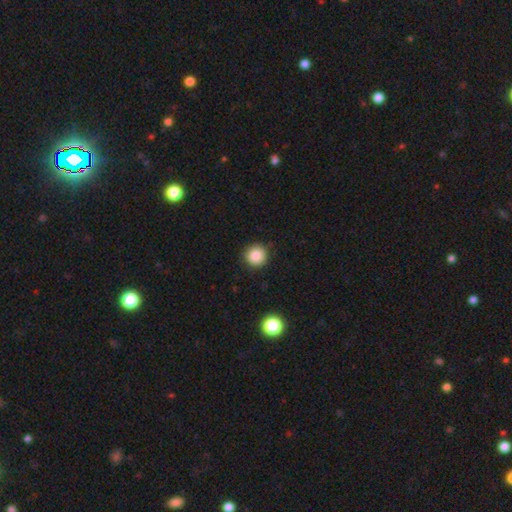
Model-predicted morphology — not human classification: A smooth galaxy with no disk features (86%) that is round (94%).

Vote fractions:
- Smooth or featured? smooth: 86% / star or artifact: 10% / featured or disk: 4%
- How rounded? round: 94% / in between: 5% / cigar-shaped: 1%
- Merging? none: 89% / minor disturbance: 7% / major disturbance: 2% / merger: 1%